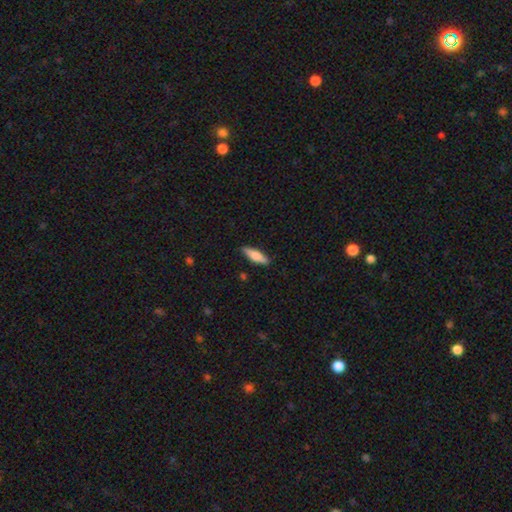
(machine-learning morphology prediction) type=smooth (70%); roundness=cigar-shaped (58%); merging=none (86%).